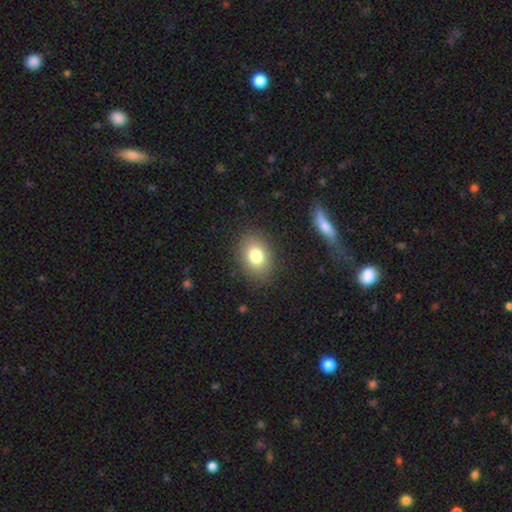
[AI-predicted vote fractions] A smooth galaxy with no disk features (79%) that is in between round and cigar-shaped (69%).

Vote fractions:
- Smooth or featured? smooth: 79% / featured or disk: 11% / star or artifact: 10%
- How rounded? in between: 69% / round: 30% / cigar-shaped: 1%
- Merging? none: 86% / minor disturbance: 9% / major disturbance: 3% / merger: 2%